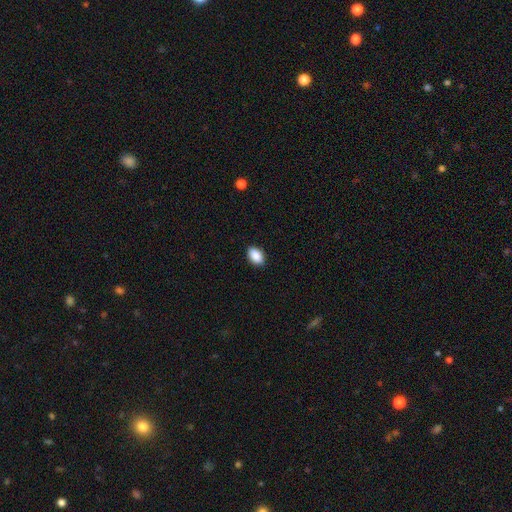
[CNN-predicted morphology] type=smooth (90%); roundness=in between (90%); merging=none (89%).